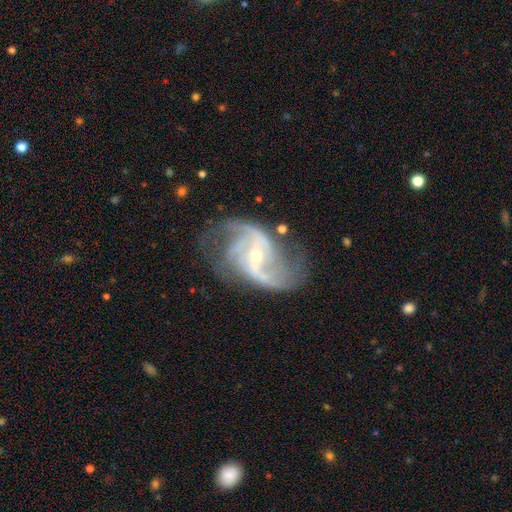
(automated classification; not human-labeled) This is clearly a featured or disk galaxy (90%). It is clearly not viewed edge-on (97%). Bar: marginally weak (38%). Spiral arm pattern: clearly yes (97%). Spiral arm count: likely 2 (68%). Spiral winding: possibly loose (47%). Central bulge: likely small (76%). Merging: likely none (63%).